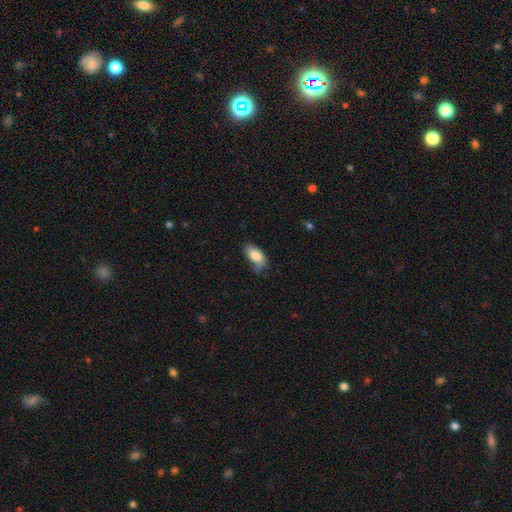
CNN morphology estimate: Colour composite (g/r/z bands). It shows a smooth galaxy with no disk features (82%) that is in between round and cigar-shaped (91%). Merging: none (63%).